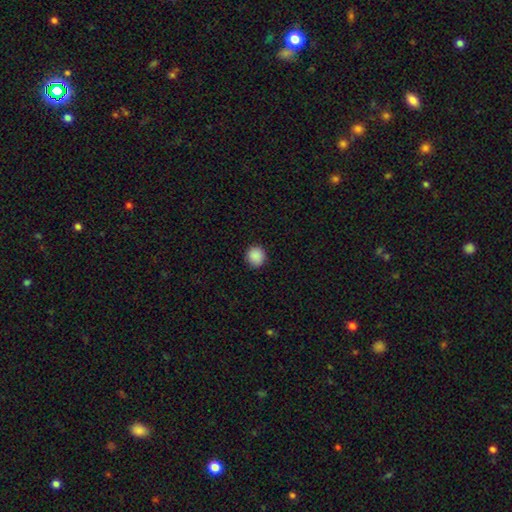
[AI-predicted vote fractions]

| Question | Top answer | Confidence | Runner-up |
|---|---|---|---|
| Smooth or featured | smooth | 89% | star or artifact (9%) |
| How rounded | round | 93% | in between (6%) |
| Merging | none | 91% | minor disturbance (6%) |